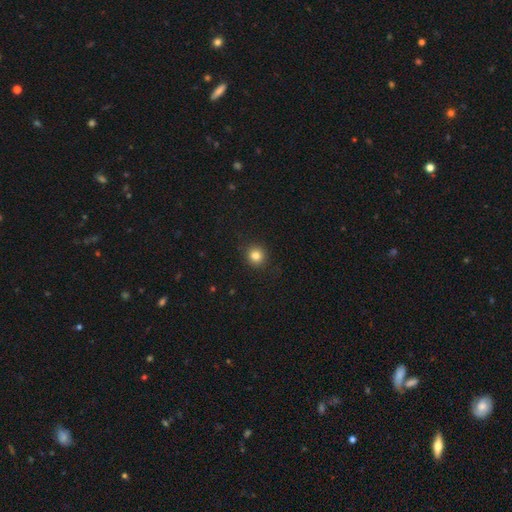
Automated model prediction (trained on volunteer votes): smooth 83%, star or artifact 12%, featured or disk 5%. Down the decision tree: how rounded — round (92%); merging — none (91%).